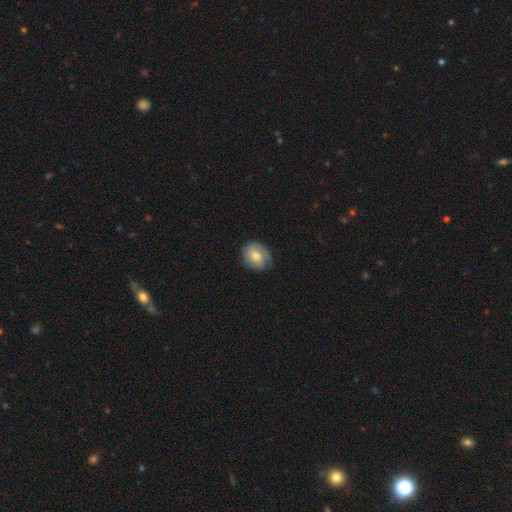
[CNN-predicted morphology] Smooth or featured? smooth (56%)
How rounded? round (51%)
Merging? none (71%)